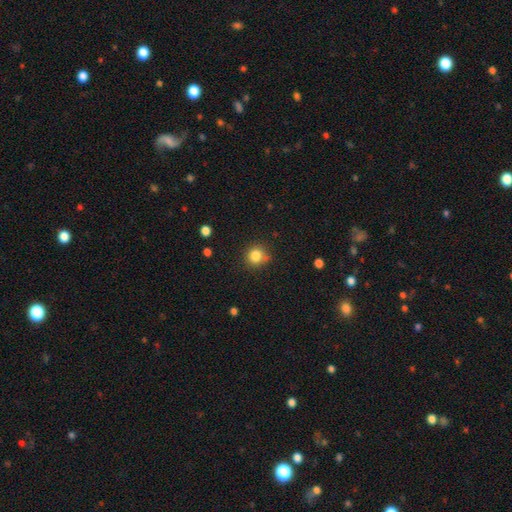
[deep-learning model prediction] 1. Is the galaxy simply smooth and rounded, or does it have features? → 83% smooth, 11% star or artifact, 6% featured or disk.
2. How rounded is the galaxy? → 86% round, 13% in between, 1% cigar-shaped.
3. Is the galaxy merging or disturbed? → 74% none, 17% minor disturbance, 5% merger, 4% major disturbance.